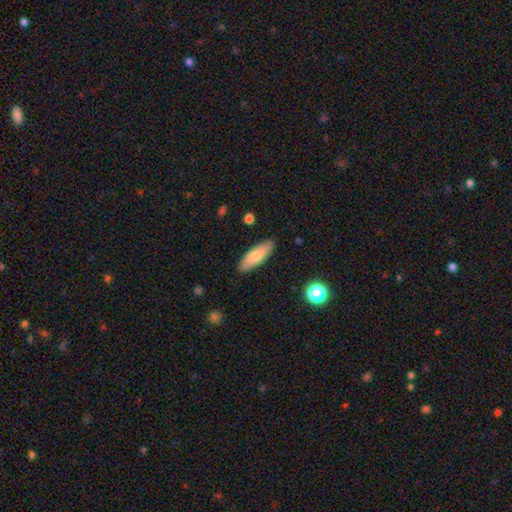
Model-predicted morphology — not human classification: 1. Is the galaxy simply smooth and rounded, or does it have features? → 77% smooth, 17% featured or disk, 6% star or artifact.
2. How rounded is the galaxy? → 55% in between, 43% cigar-shaped, 2% round.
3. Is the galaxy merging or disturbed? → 88% none, 9% minor disturbance, 2% major disturbance, 1% merger.